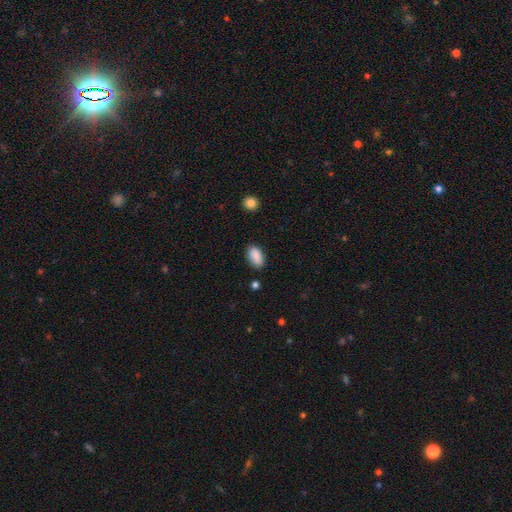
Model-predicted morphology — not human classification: smooth-or-featured: smooth: 88% | star or artifact: 7% | featured or disk: 5%
  how-rounded: in between: 93% | round: 5% | cigar-shaped: 2%
  merging: none: 83% | minor disturbance: 13% | major disturbance: 3% | merger: 2%